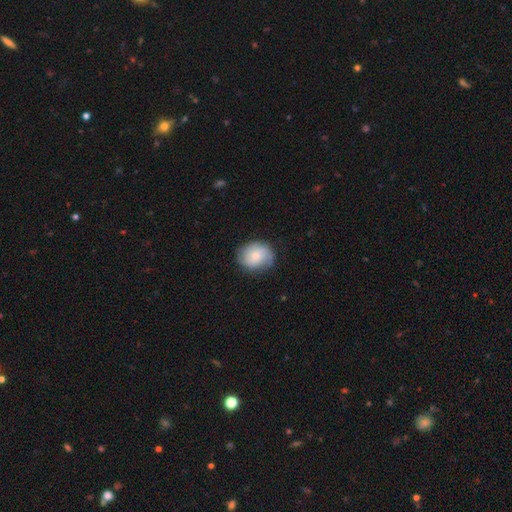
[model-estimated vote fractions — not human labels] smooth-or-featured: smooth: 60% | featured or disk: 33% | star or artifact: 7%
  how-rounded: round: 63% | in between: 36% | cigar-shaped: 1%
  merging: none: 75% | minor disturbance: 19% | major disturbance: 5% | merger: 1%